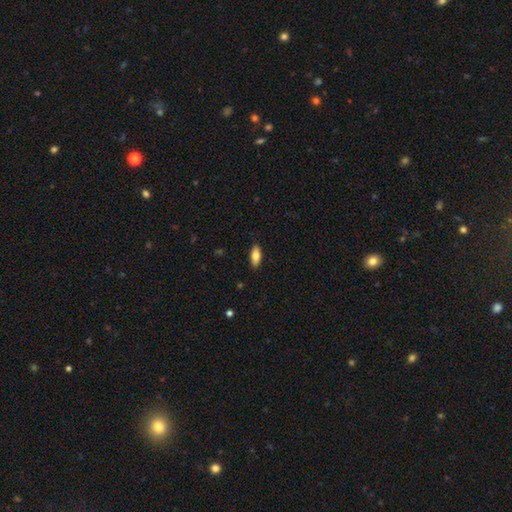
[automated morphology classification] A smooth galaxy with no disk features (78%) that is in between round and cigar-shaped (83%).

Vote fractions:
- Smooth or featured? smooth: 78% / featured or disk: 15% / star or artifact: 7%
- How rounded? in between: 83% / cigar-shaped: 15% / round: 2%
- Merging? none: 88% / minor disturbance: 9% / major disturbance: 2% / merger: 1%